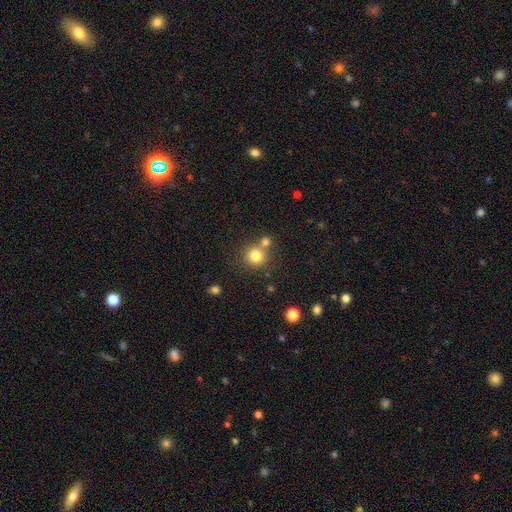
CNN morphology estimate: A smooth galaxy with no disk features (79%) that is round (91%). Merging: none (64%).